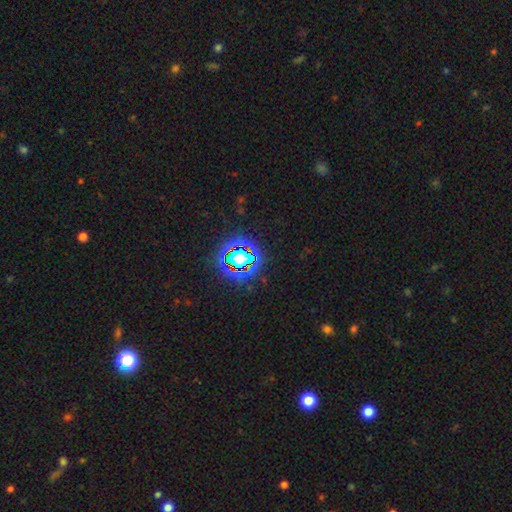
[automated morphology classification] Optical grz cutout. It shows a star or artifact, not a galaxy (81%).